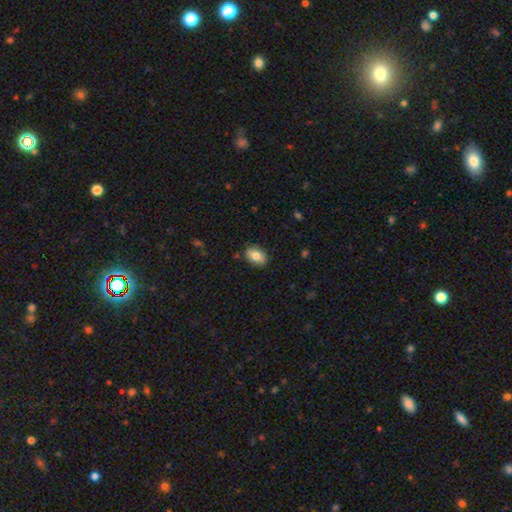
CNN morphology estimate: A smooth galaxy with no disk features (79%) that is in between round and cigar-shaped (81%).

Vote fractions:
- Smooth or featured? smooth: 79% / featured or disk: 14% / star or artifact: 8%
- How rounded? in between: 81% / round: 17% / cigar-shaped: 2%
- Merging? none: 84% / minor disturbance: 12% / major disturbance: 2% / merger: 1%